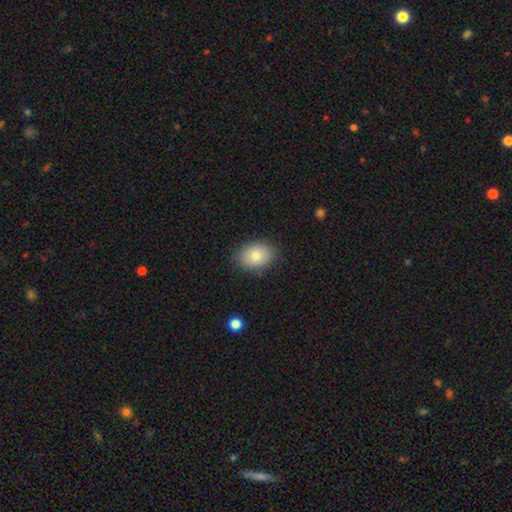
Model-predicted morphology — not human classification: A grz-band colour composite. It shows a smooth galaxy with no disk features (79%) that is in between round and cigar-shaped (70%). Merging: none (85%).